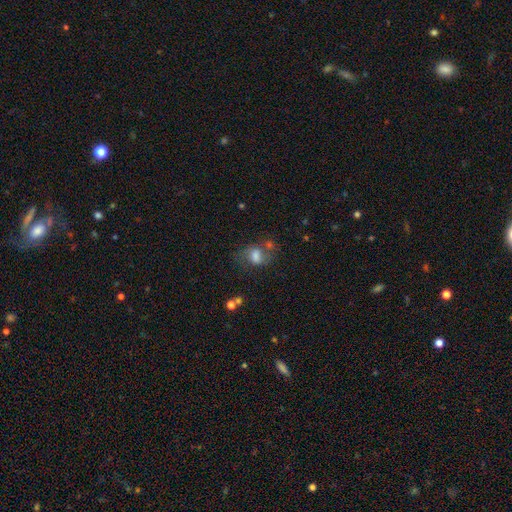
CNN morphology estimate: smooth 57%, featured or disk 30%, star or artifact 12%. Down the decision tree: how rounded — in between (71%); merging — none (44%).